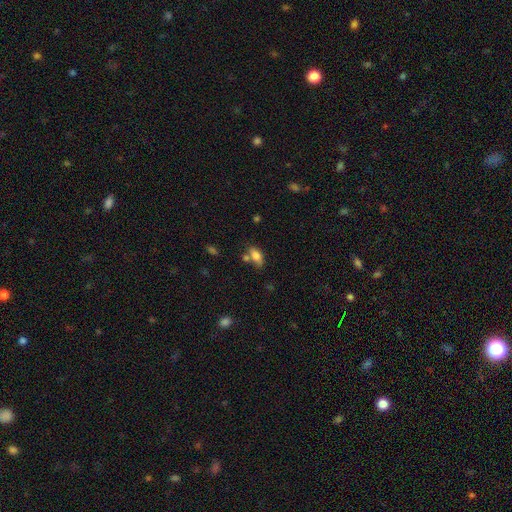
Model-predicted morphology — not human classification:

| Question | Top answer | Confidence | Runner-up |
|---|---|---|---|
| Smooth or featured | smooth | 77% | featured or disk (13%) |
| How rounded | in between | 85% | cigar-shaped (10%) |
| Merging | none | 51% | merger (23%) |